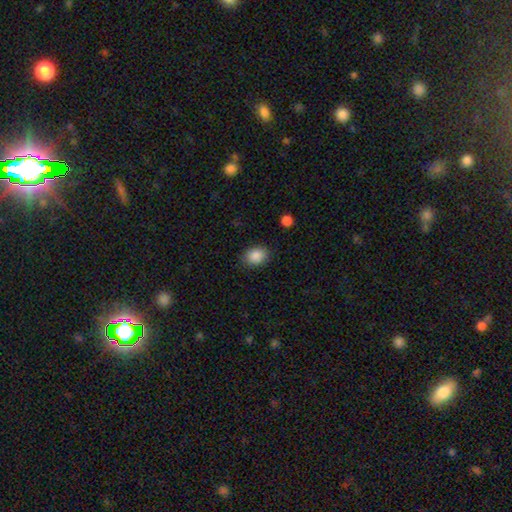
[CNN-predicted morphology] A smooth galaxy with no disk features (88%) that is in between round and cigar-shaped (59%).

Vote fractions:
- Smooth or featured? smooth: 88% / star or artifact: 8% / featured or disk: 4%
- How rounded? in between: 59% / round: 40% / cigar-shaped: 1%
- Merging? none: 85% / minor disturbance: 11% / major disturbance: 3% / merger: 1%